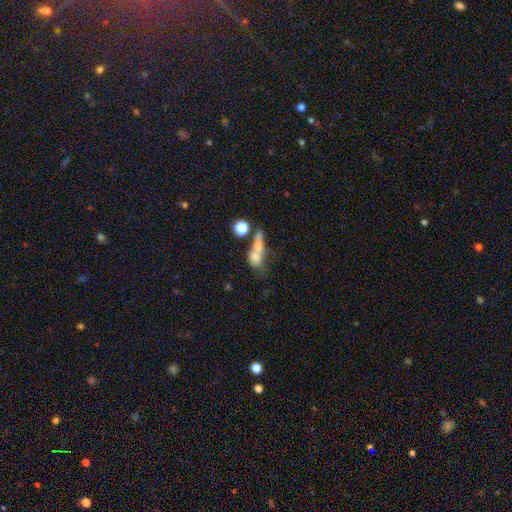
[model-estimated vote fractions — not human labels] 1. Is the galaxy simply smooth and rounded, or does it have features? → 60% smooth, 26% featured or disk, 14% star or artifact.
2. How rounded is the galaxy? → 44% in between, 31% round, 25% cigar-shaped.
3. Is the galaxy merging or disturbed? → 46% merger, 25% none, 17% major disturbance, 12% minor disturbance.